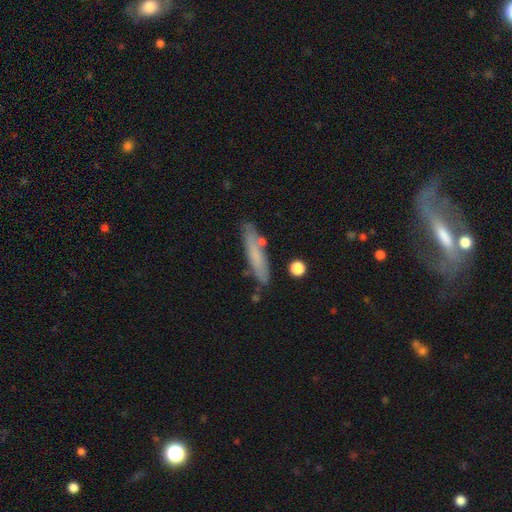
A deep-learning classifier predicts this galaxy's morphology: smooth-or-featured: smooth: 62% | featured or disk: 30% | star or artifact: 8%
  how-rounded: cigar-shaped: 86% | in between: 12% | round: 2%
  merging: none: 77% | minor disturbance: 15% | merger: 5% | major disturbance: 3%